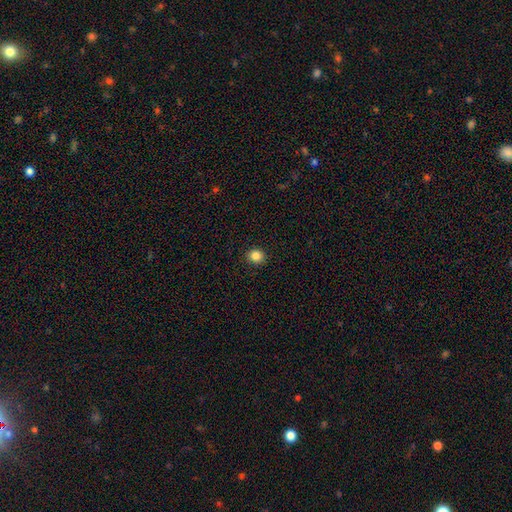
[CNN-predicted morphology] type=smooth (85%); roundness=round (84%); merging=none (92%).